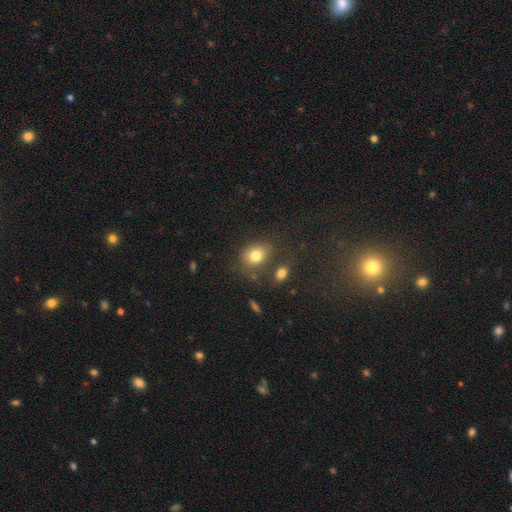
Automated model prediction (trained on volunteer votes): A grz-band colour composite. It shows a smooth galaxy with no disk features (80%) that is in between round and cigar-shaped (53%). Merging: none (66%).